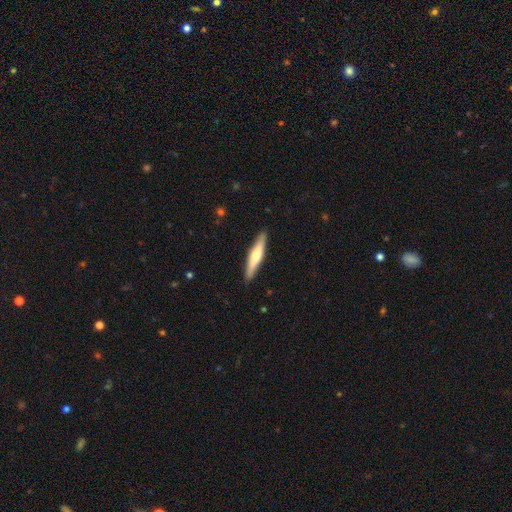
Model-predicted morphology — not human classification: A smooth galaxy with no disk features (49%).

Vote fractions:
- Smooth or featured? smooth: 49% / featured or disk: 46% / star or artifact: 5%
- Merging? none: 90% / minor disturbance: 7% / major disturbance: 1% / merger: 1%